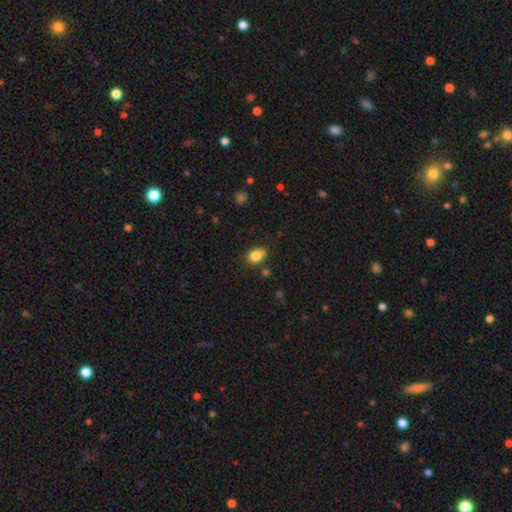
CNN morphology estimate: Smooth or featured?
  - smooth: 82% *
  - star or artifact: 10%
  - featured or disk: 8%
How rounded?
  - in between: 65% *
  - round: 33%
  - cigar-shaped: 1%
Merging?
  - none: 61% *
  - minor disturbance: 25%
  - merger: 9%
  - major disturbance: 5%